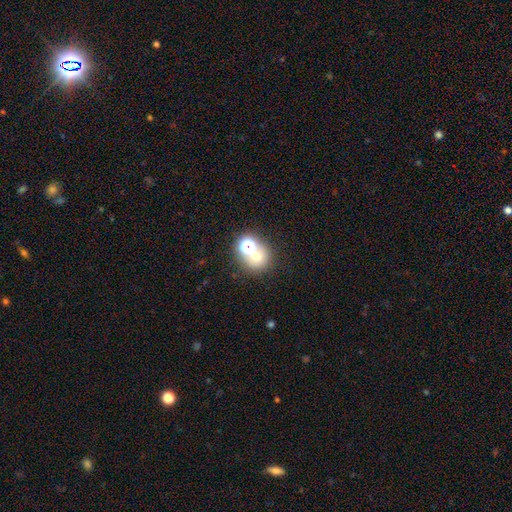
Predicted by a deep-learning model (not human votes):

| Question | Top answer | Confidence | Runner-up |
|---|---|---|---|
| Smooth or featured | smooth | 60% | star or artifact (26%) |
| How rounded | round | 82% | in between (17%) |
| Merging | none | 54% | merger (35%) |